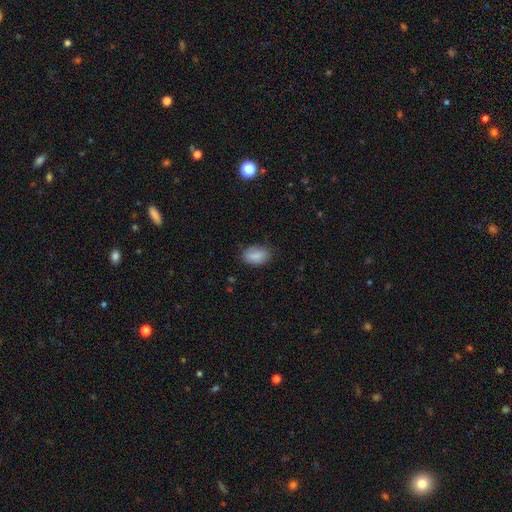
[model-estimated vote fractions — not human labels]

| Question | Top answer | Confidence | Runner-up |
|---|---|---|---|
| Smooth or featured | smooth | 87% | star or artifact (7%) |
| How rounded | in between | 90% | round (9%) |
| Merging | none | 75% | minor disturbance (20%) |